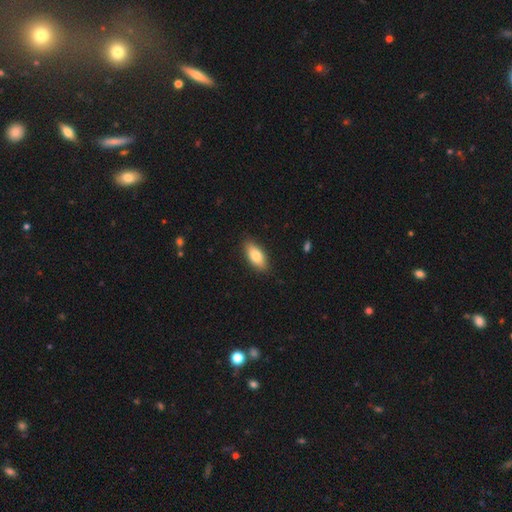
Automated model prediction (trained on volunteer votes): This is clearly a smooth galaxy (81%). How rounded: clearly in between (85%). Merging: clearly none (87%).